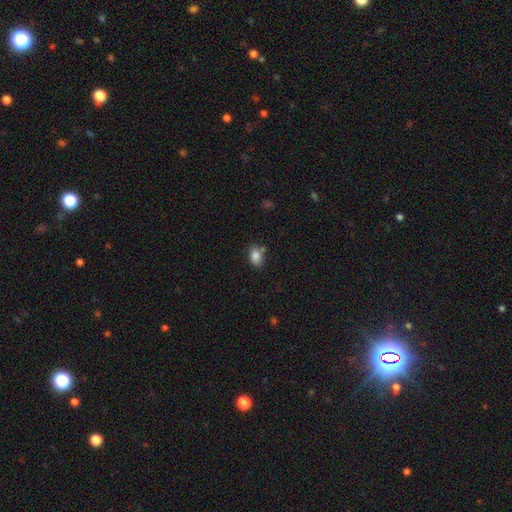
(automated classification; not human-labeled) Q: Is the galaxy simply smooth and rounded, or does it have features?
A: smooth — 85%.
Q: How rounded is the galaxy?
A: in between — 78%.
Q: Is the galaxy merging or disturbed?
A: none — 69%.